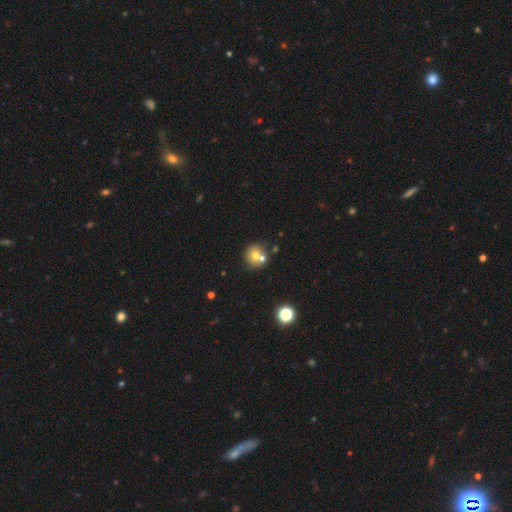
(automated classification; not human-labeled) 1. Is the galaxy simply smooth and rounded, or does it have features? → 67% smooth, 19% featured or disk, 14% star or artifact.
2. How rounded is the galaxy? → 87% round, 12% in between, 1% cigar-shaped.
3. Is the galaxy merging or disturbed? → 54% none, 35% merger, 8% minor disturbance, 3% major disturbance.